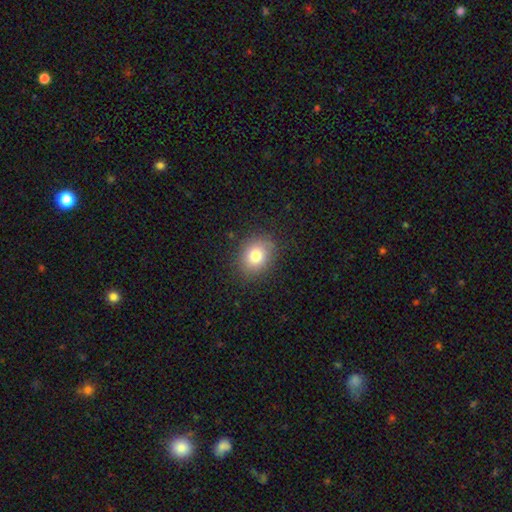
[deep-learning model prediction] Smooth or featured? Predicted: smooth (p=0.79). How rounded? Predicted: round (p=0.56). Merging? Predicted: none (p=0.86).